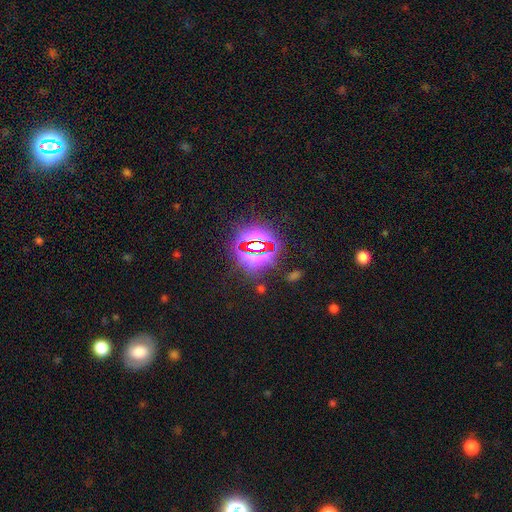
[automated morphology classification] Q: Smooth or featured?
A: star or artifact (82%); runner-up: smooth (11%)